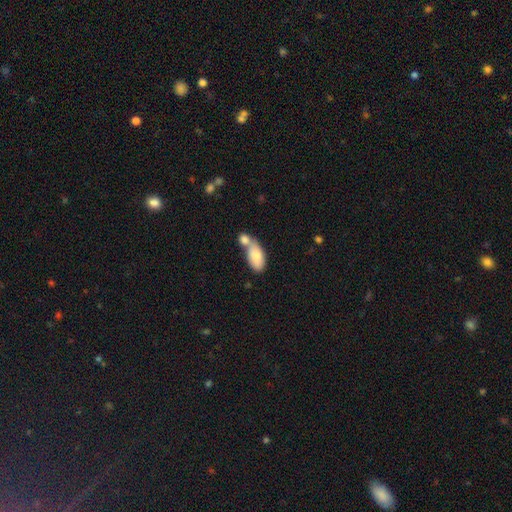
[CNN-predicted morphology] smooth_or_featured: smooth (p=0.79) [alt: featured or disk p=0.15]
how_rounded: in between (p=0.90) [alt: cigar-shaped p=0.07]
merging: merger (p=0.54) [alt: none p=0.29]